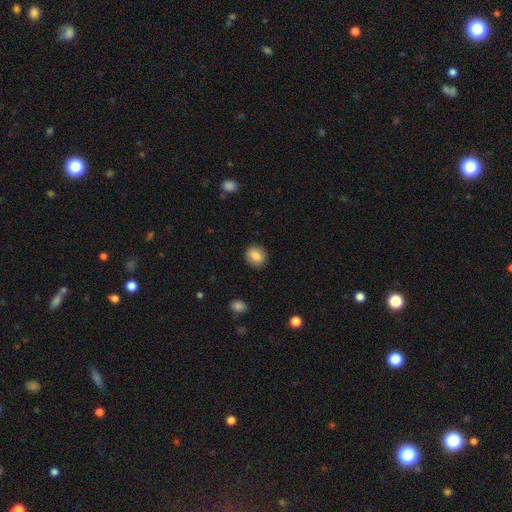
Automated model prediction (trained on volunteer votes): Overall: smooth (84%). How rounded: round (61%; in between 38%). Merging: none (88%).